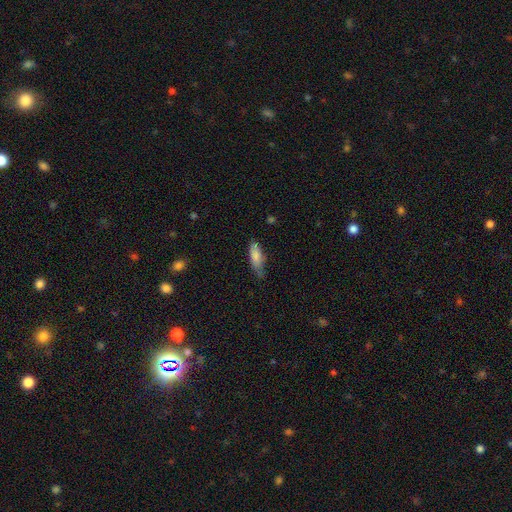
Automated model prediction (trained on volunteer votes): Overall: smooth (82%). How rounded: in between (62%; cigar-shaped 36%). Merging: none (56%; minor disturbance 35%).